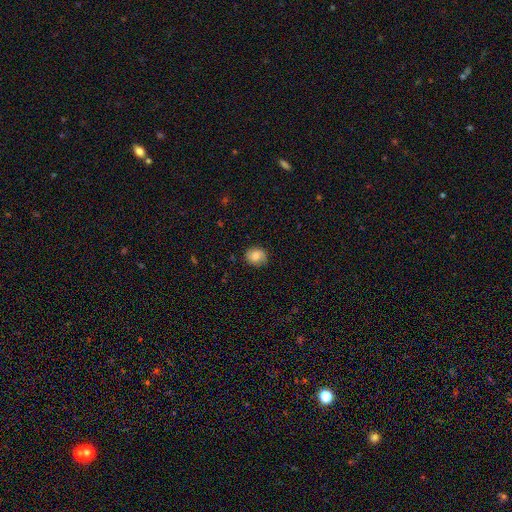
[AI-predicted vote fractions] This is likely a smooth galaxy (77%). How rounded: likely round (70%). Merging: likely none (80%).